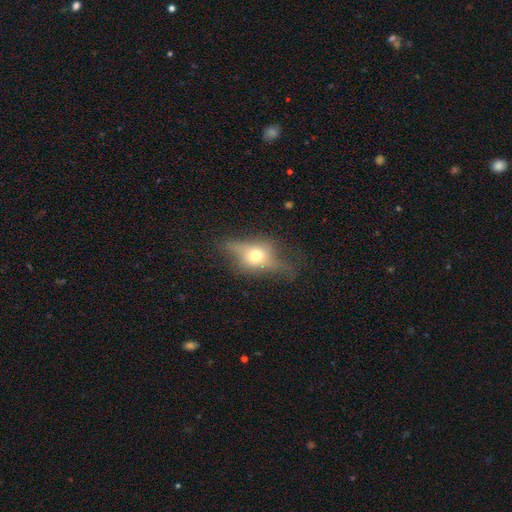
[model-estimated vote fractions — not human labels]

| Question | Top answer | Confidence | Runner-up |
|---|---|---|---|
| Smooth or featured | featured or disk | 48% | smooth (41%) |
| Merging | none | 48% | minor disturbance (26%) |